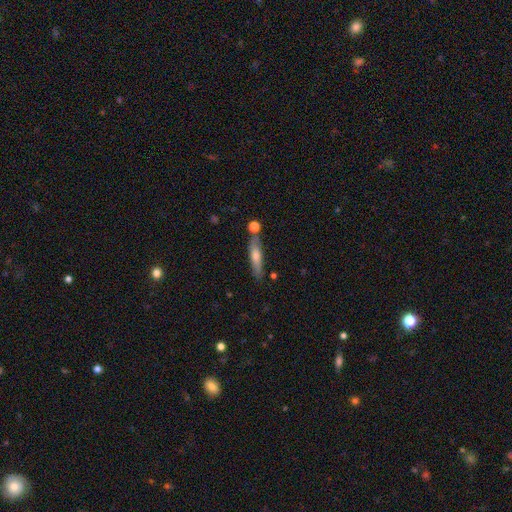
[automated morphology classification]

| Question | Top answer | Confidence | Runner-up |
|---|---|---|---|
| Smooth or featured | smooth | 51% | featured or disk (42%) |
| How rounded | cigar-shaped | 82% | in between (15%) |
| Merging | none | 75% | minor disturbance (14%) |